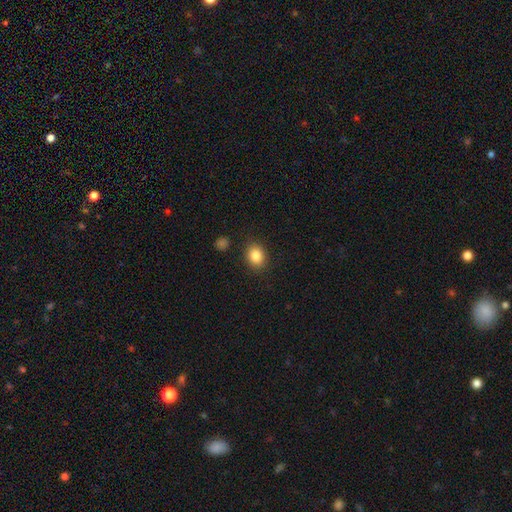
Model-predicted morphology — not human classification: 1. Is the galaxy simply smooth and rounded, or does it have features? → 85% smooth, 9% star or artifact, 5% featured or disk.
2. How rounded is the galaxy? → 51% round, 48% in between, 1% cigar-shaped.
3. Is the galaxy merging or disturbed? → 86% none, 9% minor disturbance, 3% major disturbance, 2% merger.